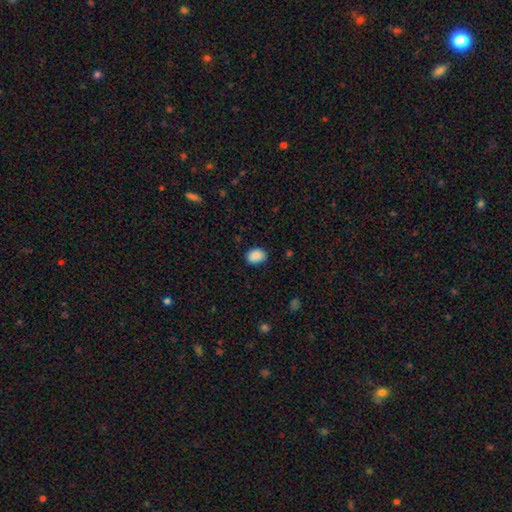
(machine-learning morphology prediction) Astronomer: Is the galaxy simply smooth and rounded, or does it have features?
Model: smooth — 89%.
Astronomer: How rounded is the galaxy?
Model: in between — 69%.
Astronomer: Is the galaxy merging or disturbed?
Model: none — 83%.